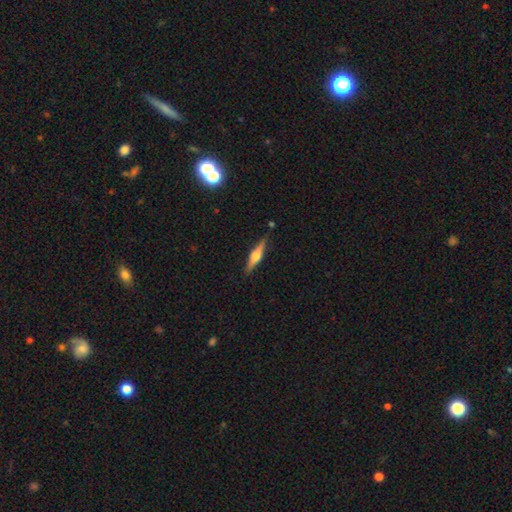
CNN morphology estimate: type=featured or disk (67%); edge-on=yes (97%); edge-on bulge=rounded (91%); merging=none (87%).